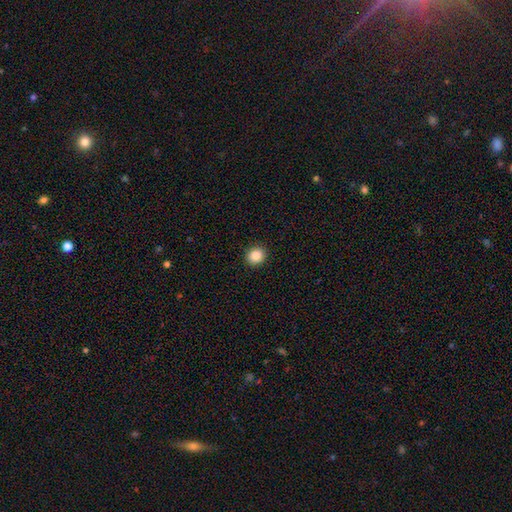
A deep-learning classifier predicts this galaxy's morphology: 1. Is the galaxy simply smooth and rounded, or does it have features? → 87% smooth, 10% star or artifact, 4% featured or disk.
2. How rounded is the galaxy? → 84% round, 15% in between, 1% cigar-shaped.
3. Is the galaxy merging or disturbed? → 93% none, 5% minor disturbance, 2% major disturbance, 1% merger.